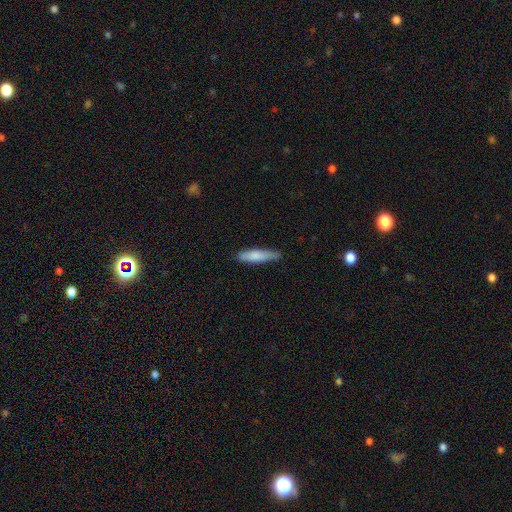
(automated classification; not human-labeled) This is likely a smooth galaxy (78%). How rounded: likely cigar-shaped (76%). Merging: likely none (79%).